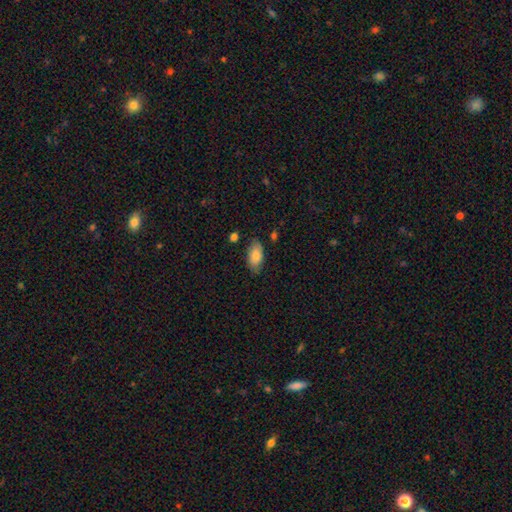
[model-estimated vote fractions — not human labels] Smooth or featured: smooth — 82% (featured or disk — 11%)
How rounded: in between — 93% (cigar-shaped — 4%)
Merging: none — 79% (minor disturbance — 16%)